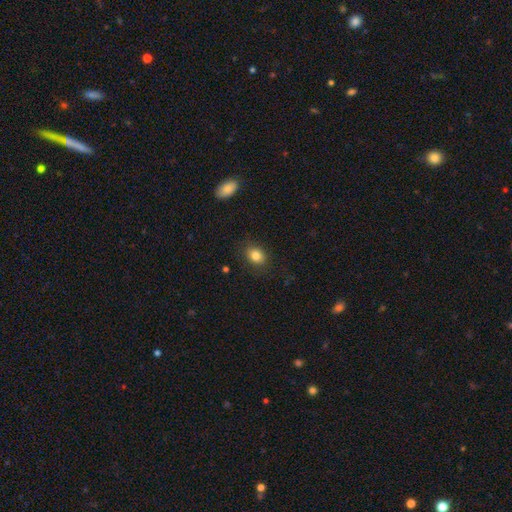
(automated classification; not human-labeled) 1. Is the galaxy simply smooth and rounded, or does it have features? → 83% smooth, 10% star or artifact, 7% featured or disk.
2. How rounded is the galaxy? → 57% in between, 42% round, 1% cigar-shaped.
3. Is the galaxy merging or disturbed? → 85% none, 11% minor disturbance, 3% major disturbance, 1% merger.